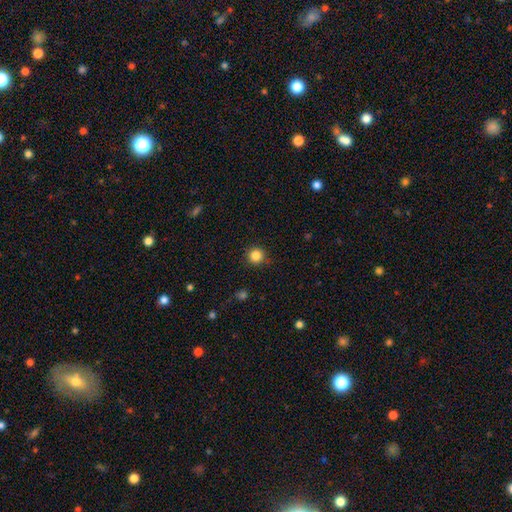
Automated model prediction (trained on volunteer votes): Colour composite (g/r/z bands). It shows a smooth galaxy with no disk features (84%) that is round (94%). Merging: none (87%).